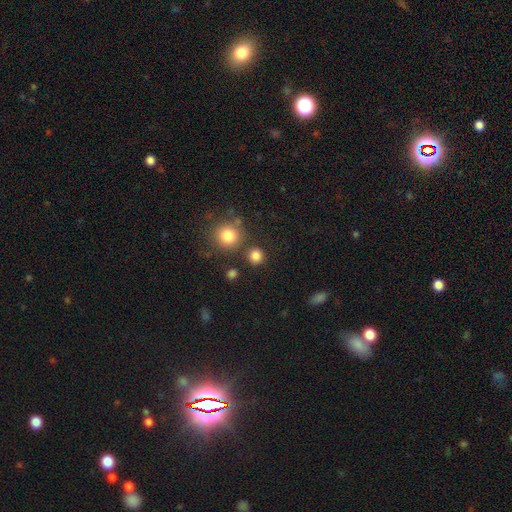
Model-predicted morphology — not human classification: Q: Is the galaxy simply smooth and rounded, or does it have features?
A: smooth — 83%.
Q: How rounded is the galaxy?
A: round — 90%.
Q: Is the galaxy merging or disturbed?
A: none — 83%.